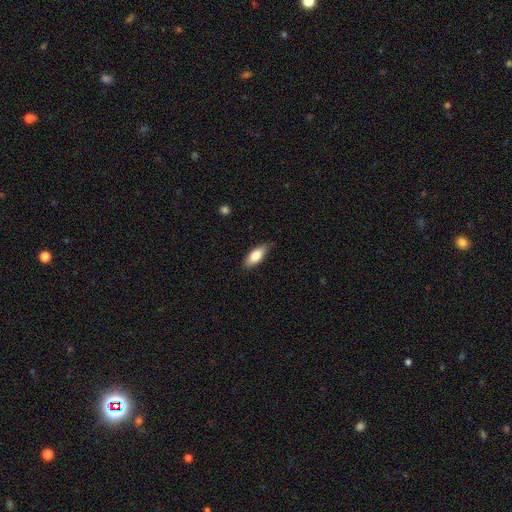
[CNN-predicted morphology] A smooth galaxy with no disk features (77%) that is in between round and cigar-shaped (77%).

Vote fractions:
- Smooth or featured? smooth: 77% / featured or disk: 17% / star or artifact: 6%
- How rounded? in between: 77% / cigar-shaped: 21% / round: 2%
- Merging? none: 82% / minor disturbance: 15% / major disturbance: 2% / merger: 1%